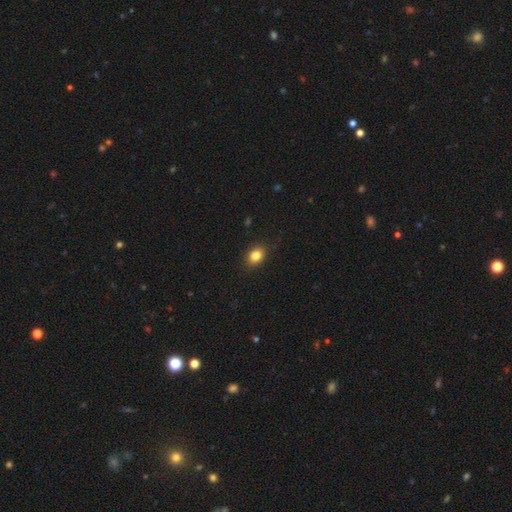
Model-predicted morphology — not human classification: A smooth galaxy with no disk features (83%) that is in between round and cigar-shaped (60%). Merging: none (87%).